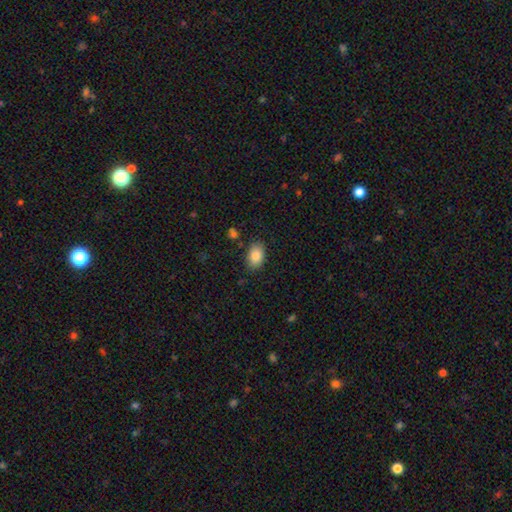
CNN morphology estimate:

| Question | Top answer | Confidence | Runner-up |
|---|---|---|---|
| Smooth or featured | smooth | 86% | star or artifact (8%) |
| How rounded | in between | 87% | round (11%) |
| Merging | none | 83% | minor disturbance (12%) |